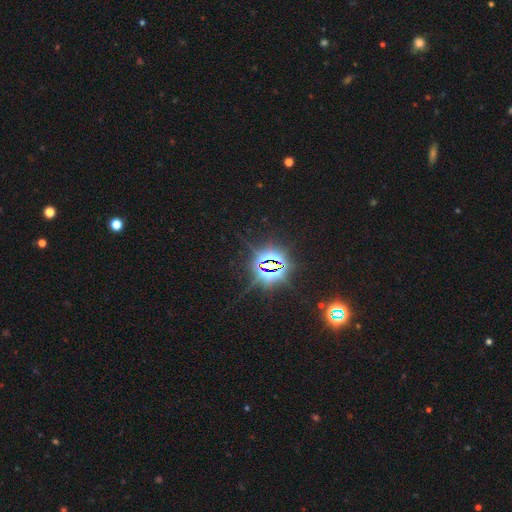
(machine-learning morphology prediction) Smooth or featured? Predicted: star or artifact (p=0.85).